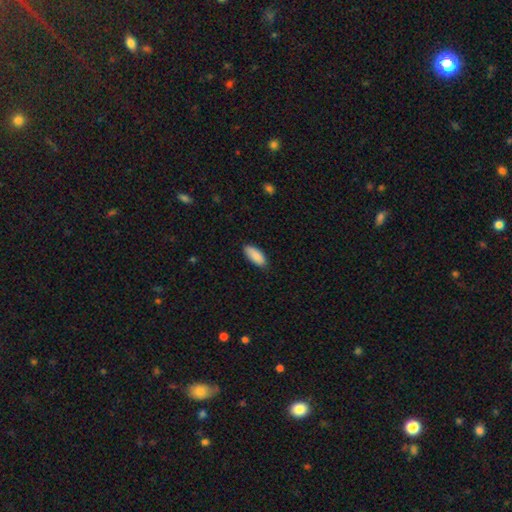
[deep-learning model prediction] A smooth galaxy with no disk features (90%) that is in between round and cigar-shaped (84%). Merging: none (85%).